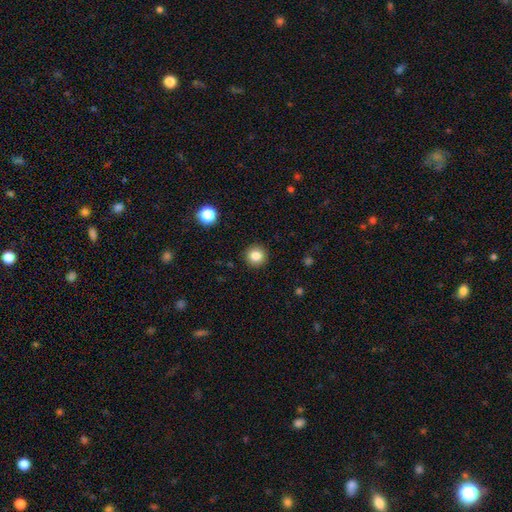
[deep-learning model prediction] smooth_or_featured: smooth (p=0.83) [alt: star or artifact p=0.11]
how_rounded: round (p=0.95) [alt: in between p=0.04]
merging: none (p=0.92) [alt: minor disturbance p=0.05]